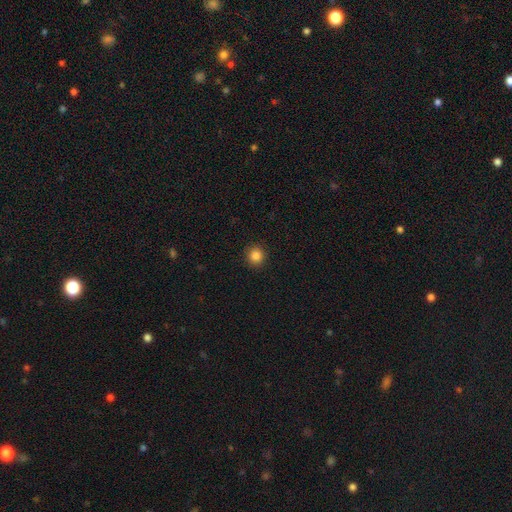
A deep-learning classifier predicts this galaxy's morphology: The model was most divided on "smooth or featured": smooth: 84%, star or artifact: 11%, featured or disk: 4%. More confident: how rounded — round (94%); merging — none (93%).